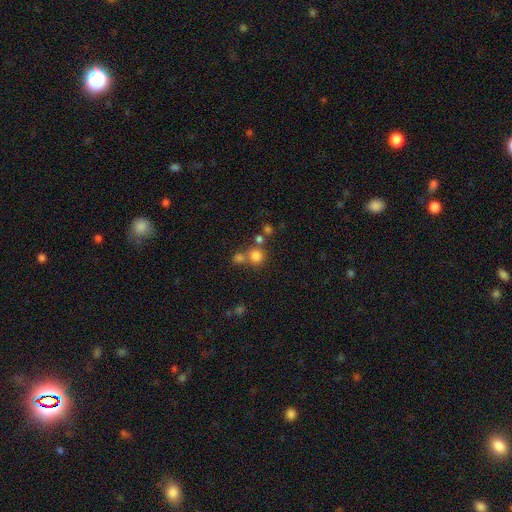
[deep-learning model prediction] smooth 76%, star or artifact 16%, featured or disk 8%. Down the decision tree: how rounded — round (91%); merging — none (60%).